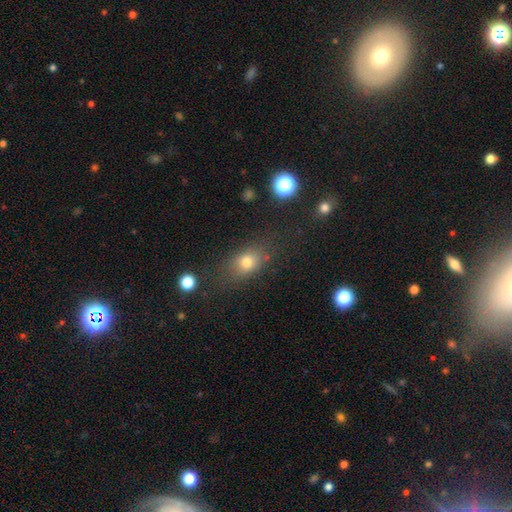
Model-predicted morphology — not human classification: A smooth galaxy with no disk features (57%) that is in between round and cigar-shaped (58%).

Vote fractions:
- Smooth or featured? smooth: 57% / star or artifact: 27% / featured or disk: 16%
- How rounded? in between: 58% / round: 33% / cigar-shaped: 9%
- Merging? none: 79% / minor disturbance: 13% / major disturbance: 5% / merger: 3%